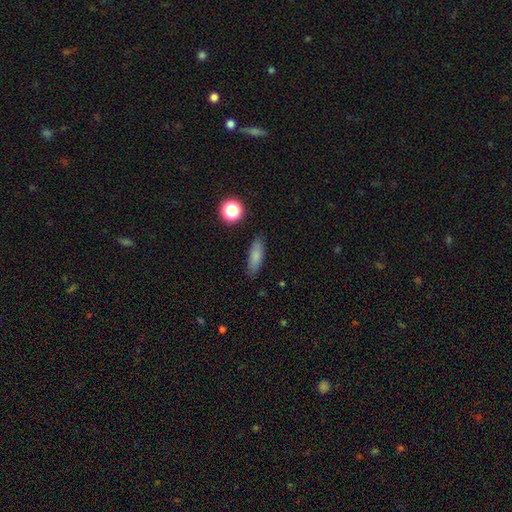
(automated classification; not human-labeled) A smooth galaxy with no disk features (81%) that is in between round and cigar-shaped (50%).

Vote fractions:
- Smooth or featured? smooth: 81% / featured or disk: 9% / star or artifact: 9%
- How rounded? in between: 50% / cigar-shaped: 46% / round: 4%
- Merging? none: 86% / minor disturbance: 10% / major disturbance: 3% / merger: 2%